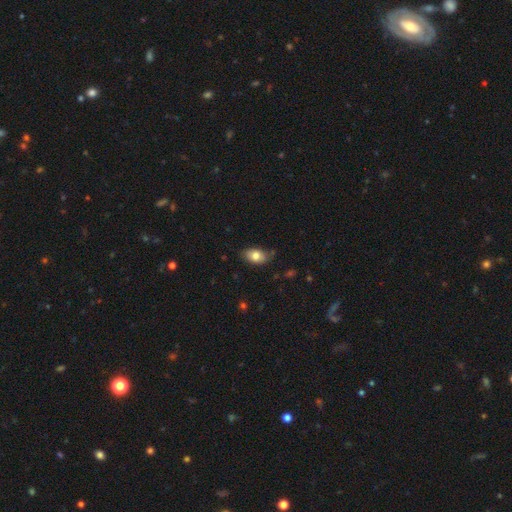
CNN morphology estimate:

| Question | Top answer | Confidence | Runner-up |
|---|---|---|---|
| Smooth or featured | smooth | 81% | featured or disk (11%) |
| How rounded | in between | 90% | round (8%) |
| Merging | none | 76% | minor disturbance (19%) |